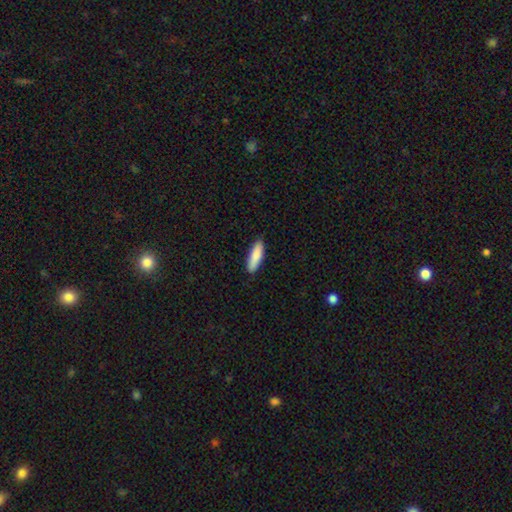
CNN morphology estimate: type=smooth (87%); roundness=cigar-shaped (59%); merging=none (88%).